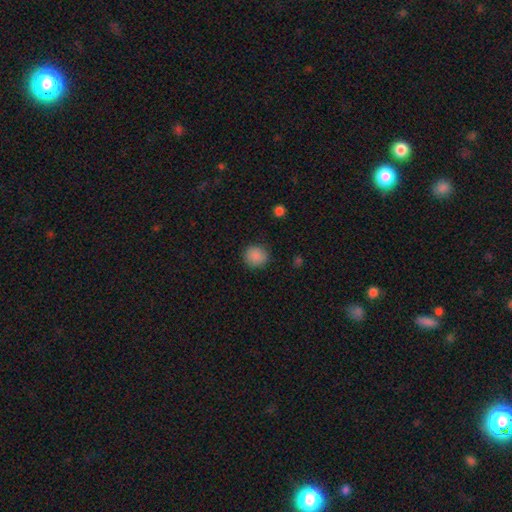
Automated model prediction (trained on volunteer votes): The model was most divided on "smooth or featured": smooth: 88%, star or artifact: 9%, featured or disk: 3%. More confident: how rounded — round (92%); merging — none (89%).